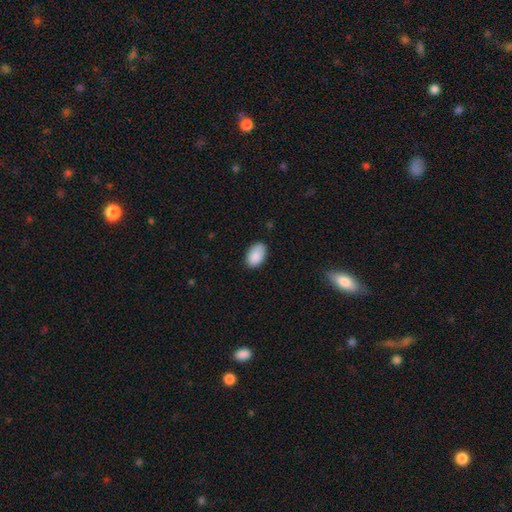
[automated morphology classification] A smooth galaxy with no disk features (89%) that is in between round and cigar-shaped (91%). Merging: none (81%).